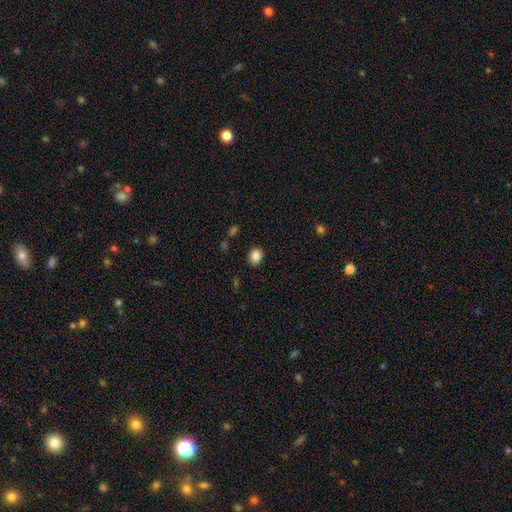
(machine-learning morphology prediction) Smooth or featured: smooth — 86% (star or artifact — 10%)
How rounded: round — 57% (in between — 42%)
Merging: none — 87% (minor disturbance — 9%)